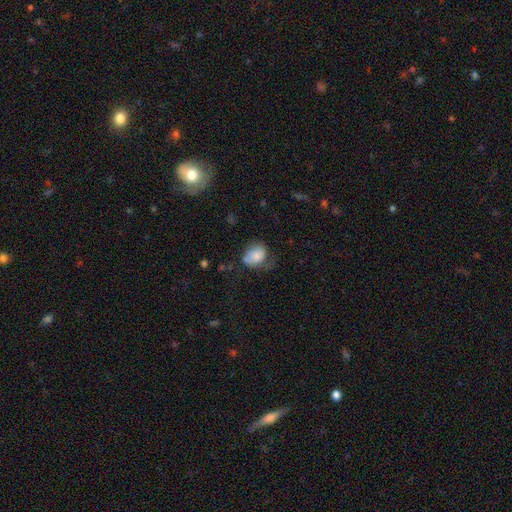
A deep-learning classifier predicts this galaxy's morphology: type=smooth (71%); roundness=in between (61%); merging=none (36%).